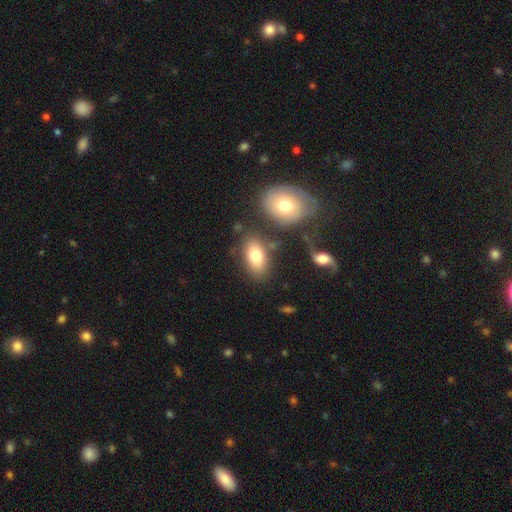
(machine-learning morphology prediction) type=smooth (78%); roundness=in between (90%); merging=none (73%).